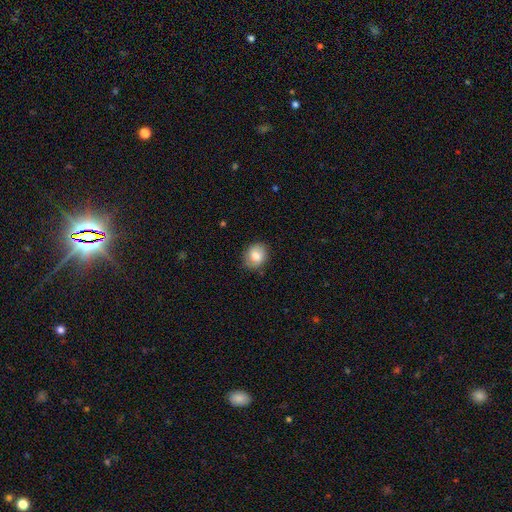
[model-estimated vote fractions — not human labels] Smooth or featured?
  - smooth: 78% *
  - featured or disk: 13%
  - star or artifact: 8%
How rounded?
  - round: 62% *
  - in between: 37%
  - cigar-shaped: 1%
Merging?
  - none: 81% *
  - minor disturbance: 14%
  - major disturbance: 3%
  - merger: 1%